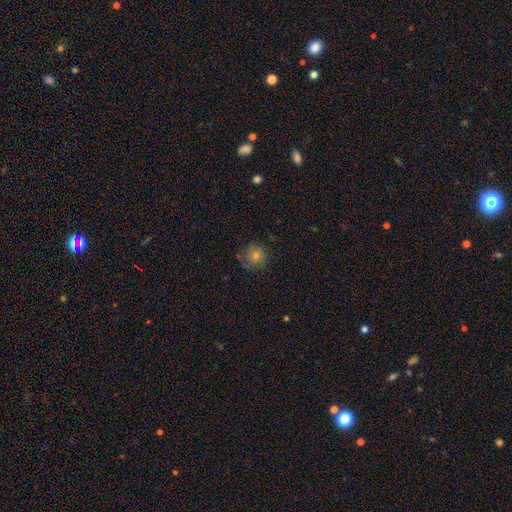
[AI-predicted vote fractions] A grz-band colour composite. It shows a smooth galaxy with no disk features (65%) that is round (91%). Merging: none (77%).